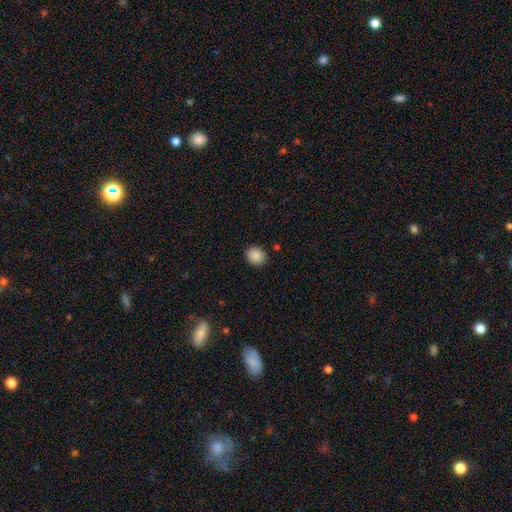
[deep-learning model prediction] smooth_or_featured: smooth (p=0.88) [alt: star or artifact p=0.08]
how_rounded: round (p=0.70) [alt: in between p=0.29]
merging: none (p=0.88) [alt: minor disturbance p=0.09]